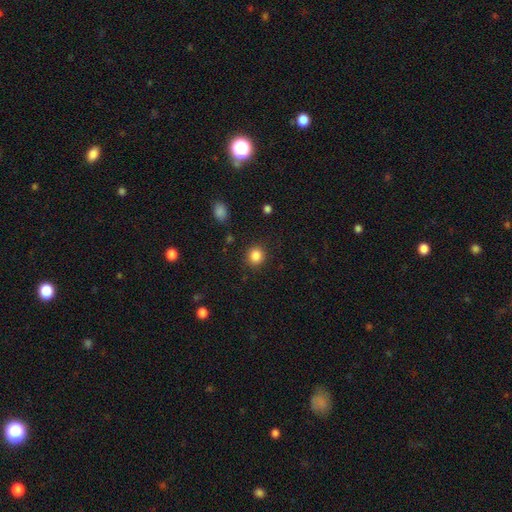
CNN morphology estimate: The model was most divided on "how rounded": round: 86%, in between: 13%, cigar-shaped: 1%. More confident: merging — none (89%); smooth or featured — smooth (86%).